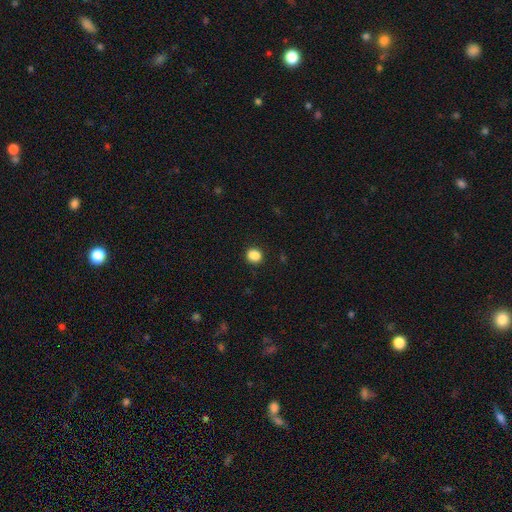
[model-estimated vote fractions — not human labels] Smooth or featured? smooth (87%)
How rounded? round (65%)
Merging? none (84%)